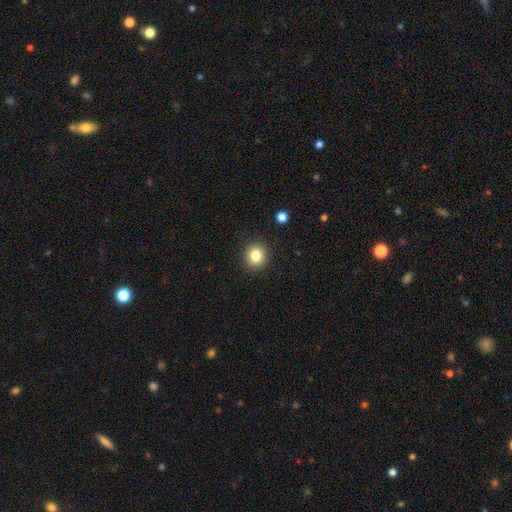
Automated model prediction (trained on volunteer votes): smooth 82%, star or artifact 11%, featured or disk 7%. Down the decision tree: how rounded — round (87%); merging — none (90%).